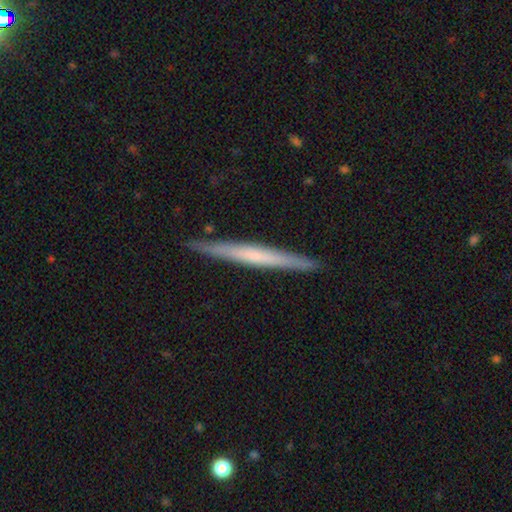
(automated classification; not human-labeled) Q: Smooth or featured?
A: featured or disk (53%); runner-up: smooth (41%)
Q: Edge-on disk?
A: yes (97%); runner-up: no (3%)
Q: Edge-on bulge?
A: none (70%); runner-up: rounded (21%)
Q: Merging?
A: none (91%); runner-up: minor disturbance (7%)